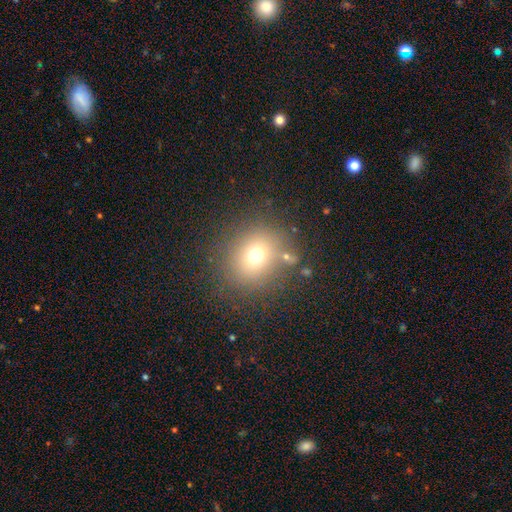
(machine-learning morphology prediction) smooth 70%, star or artifact 18%, featured or disk 12%. Down the decision tree: how rounded — round (78%); merging — none (79%).